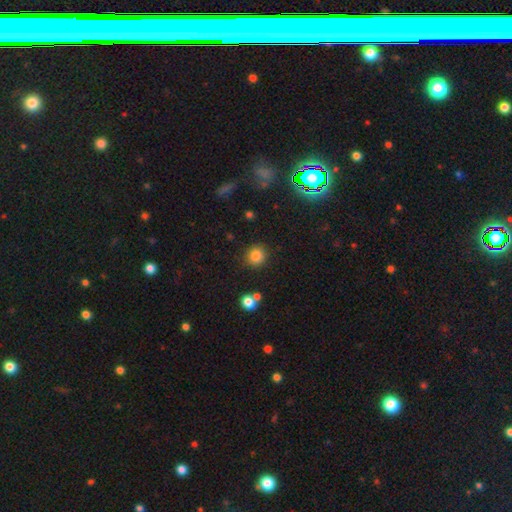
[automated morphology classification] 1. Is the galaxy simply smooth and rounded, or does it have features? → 83% smooth, 12% star or artifact, 5% featured or disk.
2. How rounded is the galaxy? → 90% round, 9% in between, 1% cigar-shaped.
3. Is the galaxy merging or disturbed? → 86% none, 8% minor disturbance, 3% merger, 3% major disturbance.